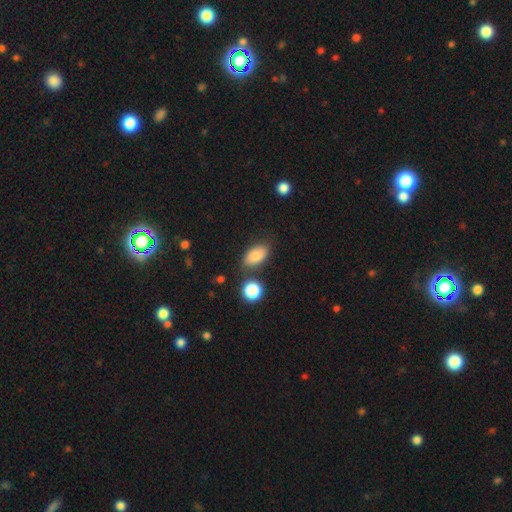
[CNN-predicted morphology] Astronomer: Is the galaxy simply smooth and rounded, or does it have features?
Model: smooth — 81%.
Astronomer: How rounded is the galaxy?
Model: in between — 90%.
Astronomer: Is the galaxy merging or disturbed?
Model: none — 76%.